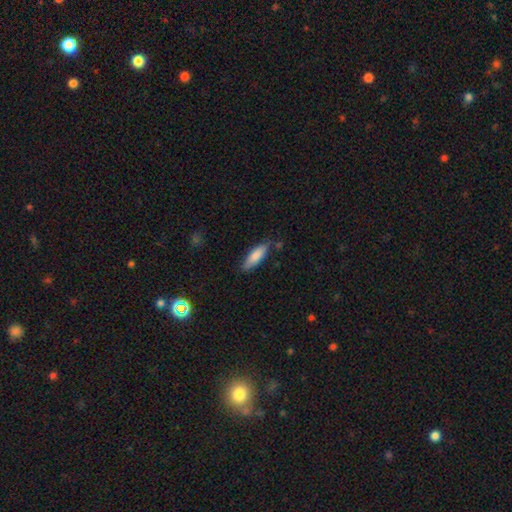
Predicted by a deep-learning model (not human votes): smooth-or-featured: smooth: 82% | featured or disk: 12% | star or artifact: 6%
  how-rounded: cigar-shaped: 51% | in between: 48% | round: 2%
  merging: none: 77% | minor disturbance: 17% | major disturbance: 3% | merger: 3%